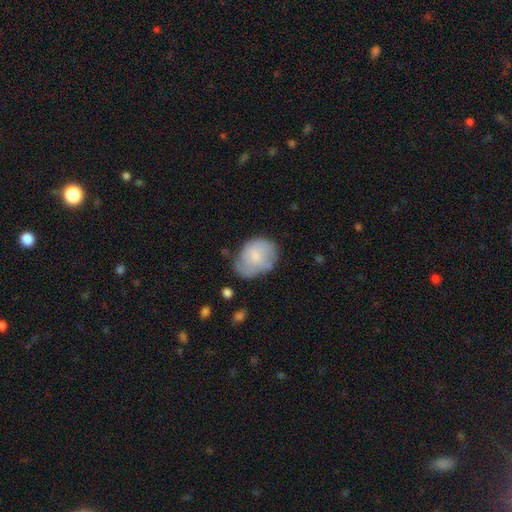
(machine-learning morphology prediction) A smooth galaxy with no disk features (65%) that is in between round and cigar-shaped (63%).

Vote fractions:
- Smooth or featured? smooth: 65% / featured or disk: 28% / star or artifact: 7%
- How rounded? in between: 63% / round: 36% / cigar-shaped: 1%
- Merging? none: 46% / minor disturbance: 36% / major disturbance: 14% / merger: 4%